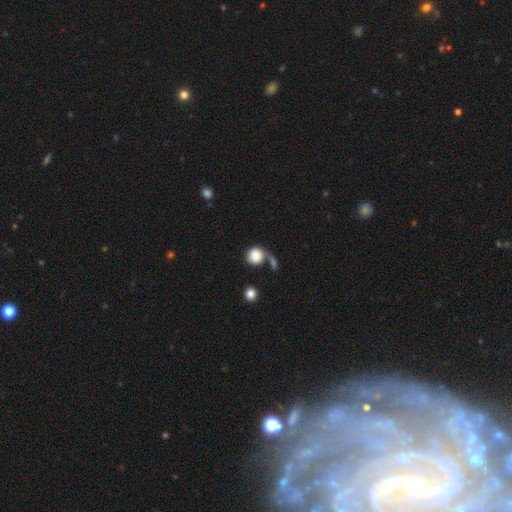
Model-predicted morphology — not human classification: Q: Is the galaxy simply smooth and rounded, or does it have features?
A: smooth — 85%.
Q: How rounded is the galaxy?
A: round — 87%.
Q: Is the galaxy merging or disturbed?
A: none — 43%.